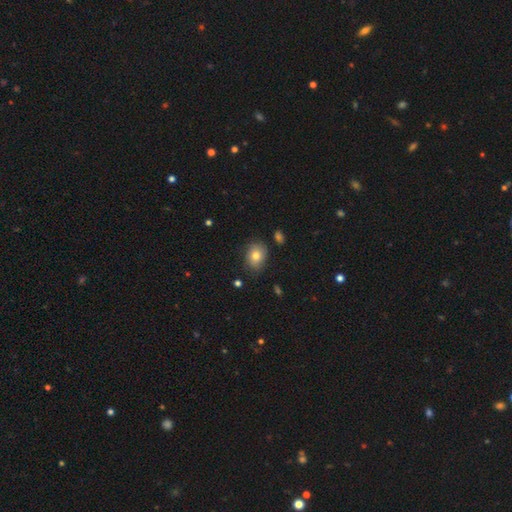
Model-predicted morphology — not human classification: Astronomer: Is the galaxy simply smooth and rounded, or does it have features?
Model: smooth — 77%.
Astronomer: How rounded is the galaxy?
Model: in between — 55% (runner-up: round, 44%).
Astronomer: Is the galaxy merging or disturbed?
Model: none — 77%.